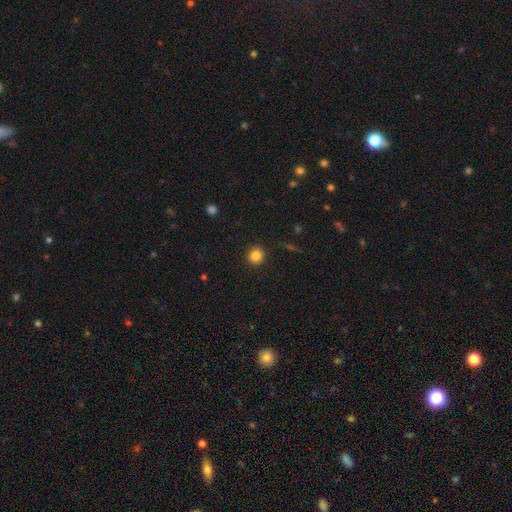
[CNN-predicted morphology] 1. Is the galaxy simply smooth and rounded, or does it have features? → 84% smooth, 11% star or artifact, 5% featured or disk.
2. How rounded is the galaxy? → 88% round, 11% in between, 1% cigar-shaped.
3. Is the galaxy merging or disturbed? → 91% none, 6% minor disturbance, 2% major disturbance, 1% merger.